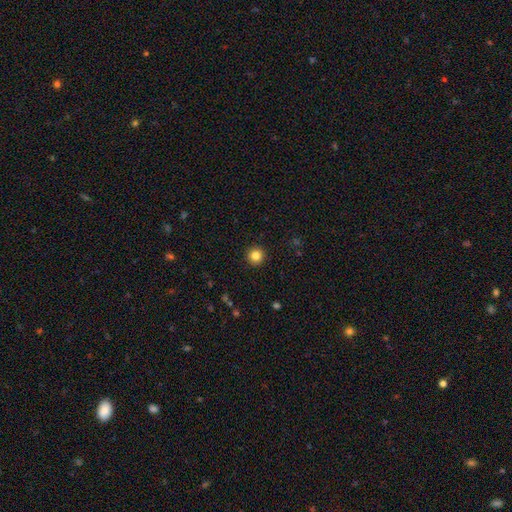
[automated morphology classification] smooth 83%, star or artifact 11%, featured or disk 6%. Down the decision tree: how rounded — round (95%); merging — none (93%).